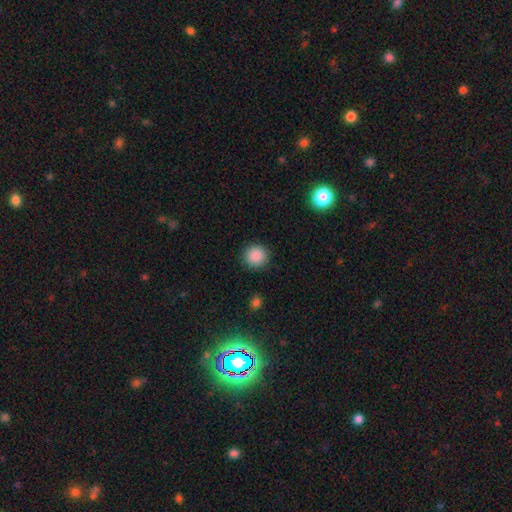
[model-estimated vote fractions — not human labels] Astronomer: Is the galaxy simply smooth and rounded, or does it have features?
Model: smooth — 88%.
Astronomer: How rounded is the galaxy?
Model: round — 91%.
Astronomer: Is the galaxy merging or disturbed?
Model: none — 91%.